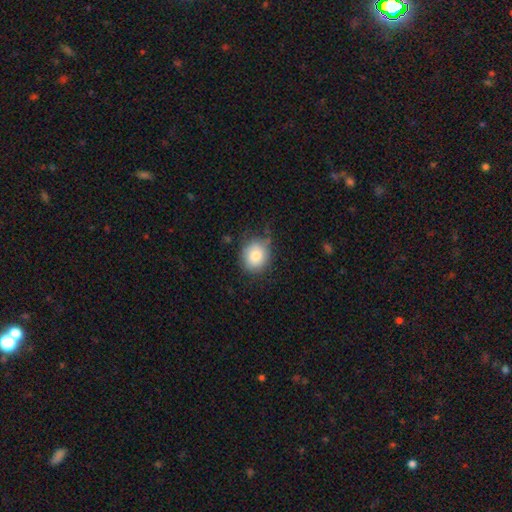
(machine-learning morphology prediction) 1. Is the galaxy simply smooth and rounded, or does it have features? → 80% smooth, 10% featured or disk, 9% star or artifact.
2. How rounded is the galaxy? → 76% round, 23% in between, 1% cigar-shaped.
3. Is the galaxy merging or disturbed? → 73% none, 20% minor disturbance, 5% major disturbance, 2% merger.